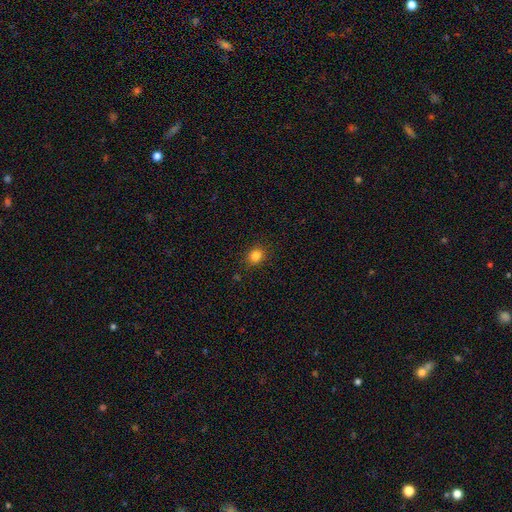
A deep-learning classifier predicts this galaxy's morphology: smooth-or-featured: smooth: 83% | star or artifact: 12% | featured or disk: 5%
  how-rounded: round: 75% | in between: 24% | cigar-shaped: 1%
  merging: none: 88% | minor disturbance: 9% | major disturbance: 2% | merger: 1%